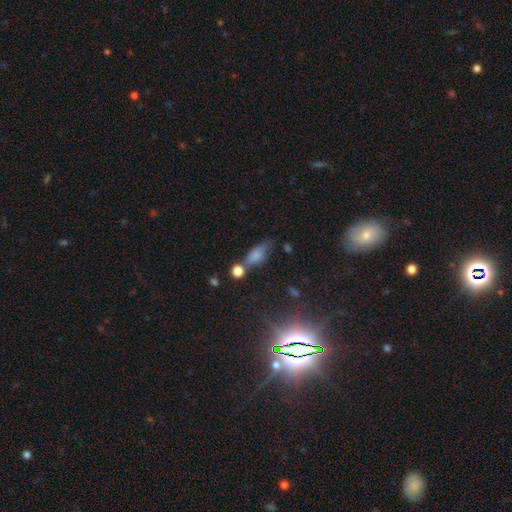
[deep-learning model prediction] smooth 72%, featured or disk 15%, star or artifact 13%. Down the decision tree: how rounded — in between (74%); merging — none (41%).